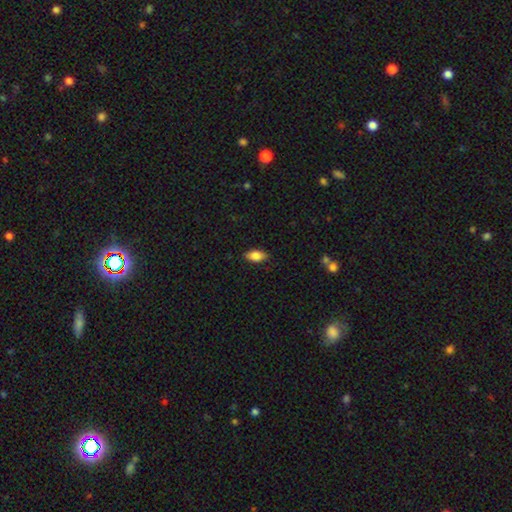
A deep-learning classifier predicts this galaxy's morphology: Overall: smooth (83%). How rounded: in between (90%). Merging: none (85%).